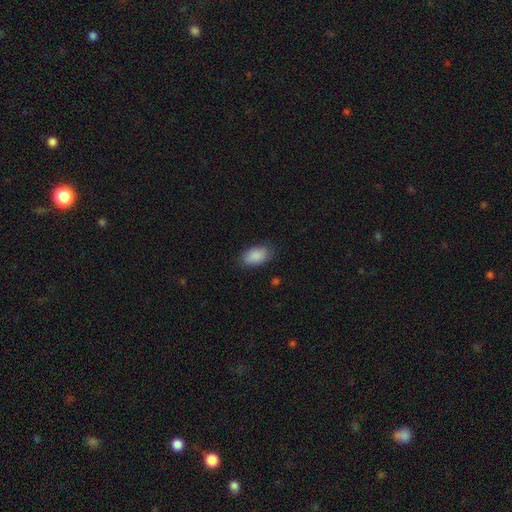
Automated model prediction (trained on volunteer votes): Smooth or featured? Predicted: smooth (p=0.89). How rounded? Predicted: in between (p=0.93). Merging? Predicted: none (p=0.82).